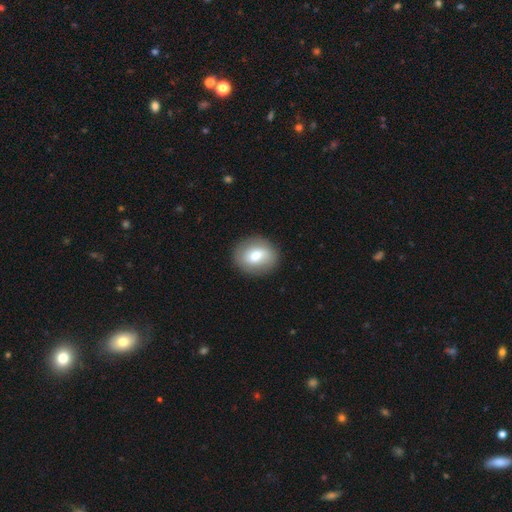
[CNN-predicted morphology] smooth-or-featured: smooth: 69% | featured or disk: 23% | star or artifact: 8%
  how-rounded: round: 62% | in between: 37% | cigar-shaped: 1%
  merging: none: 87% | minor disturbance: 9% | major disturbance: 3% | merger: 1%